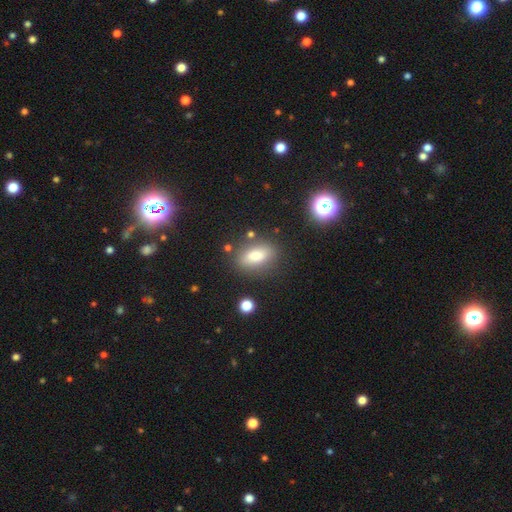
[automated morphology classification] smooth-or-featured: smooth: 78% | featured or disk: 13% | star or artifact: 9%
  how-rounded: in between: 83% | round: 10% | cigar-shaped: 8%
  merging: none: 79% | minor disturbance: 12% | major disturbance: 4% | merger: 4%